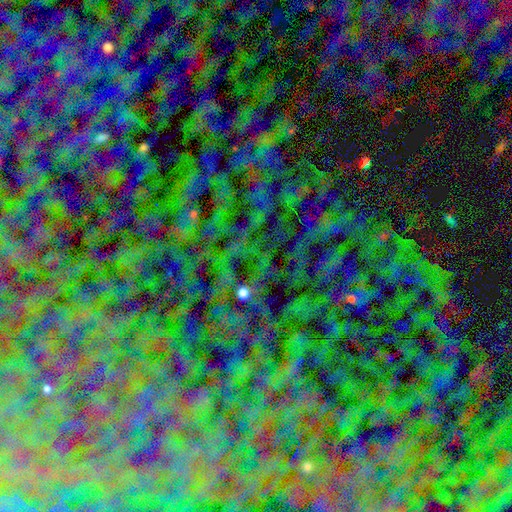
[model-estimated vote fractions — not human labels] smooth_or_featured: star or artifact (p=0.77) [alt: smooth p=0.13]